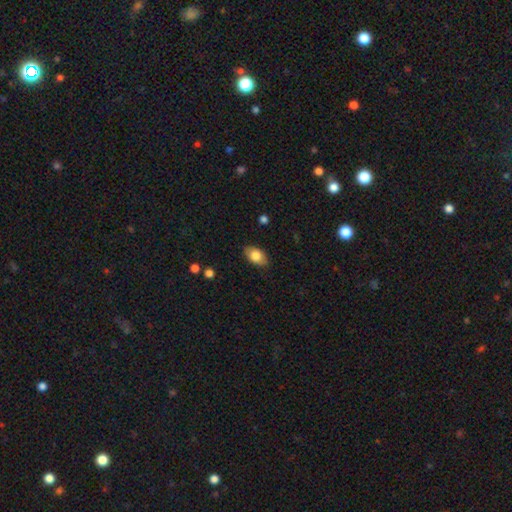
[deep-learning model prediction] Overall: smooth (80%). How rounded: in between (91%). Merging: none (86%).